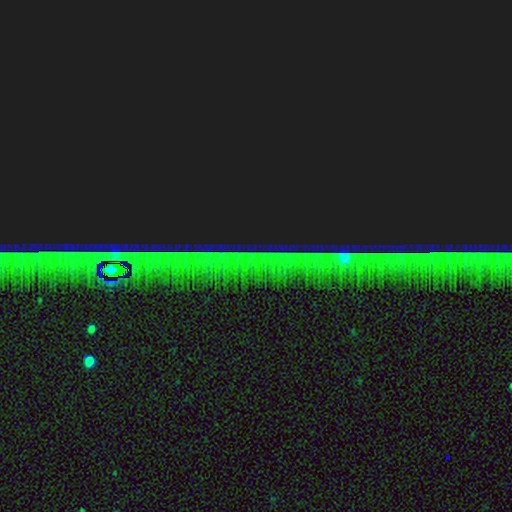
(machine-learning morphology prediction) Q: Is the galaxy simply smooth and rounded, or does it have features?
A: star or artifact — 83%.